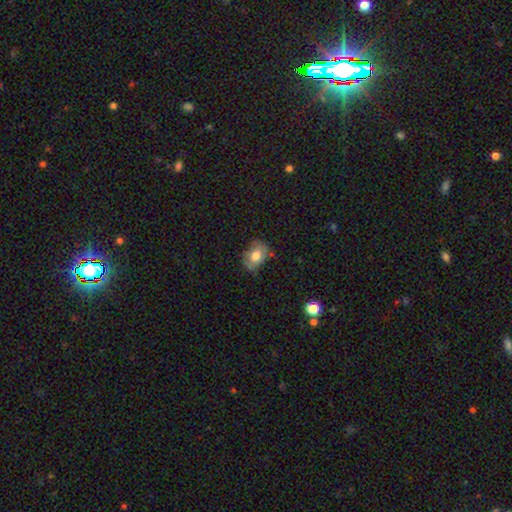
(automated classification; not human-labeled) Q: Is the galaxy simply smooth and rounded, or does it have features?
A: smooth — 69%.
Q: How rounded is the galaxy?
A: in between — 74%.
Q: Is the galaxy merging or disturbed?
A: none — 66%.